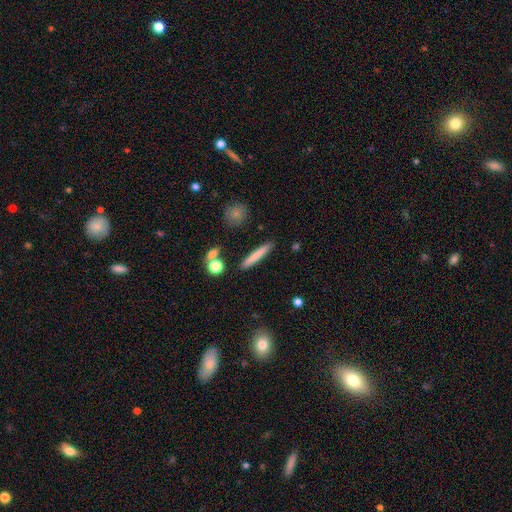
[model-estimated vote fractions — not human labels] Smooth or featured: smooth — 75% (featured or disk — 18%)
How rounded: cigar-shaped — 92% (in between — 6%)
Merging: none — 88% (minor disturbance — 7%)